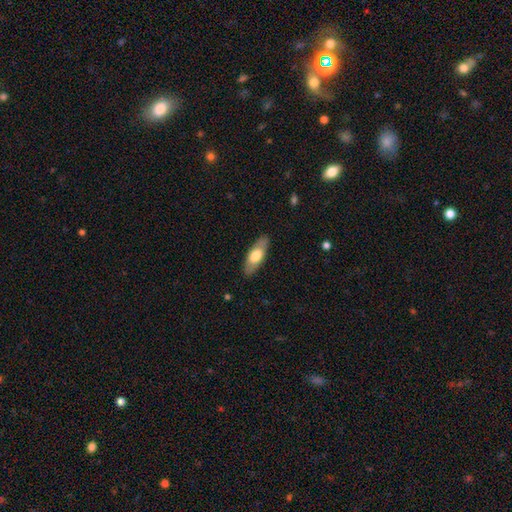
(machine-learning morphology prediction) smooth 64%, featured or disk 31%, star or artifact 5%. Down the decision tree: how rounded — in between (70%); merging — none (86%).